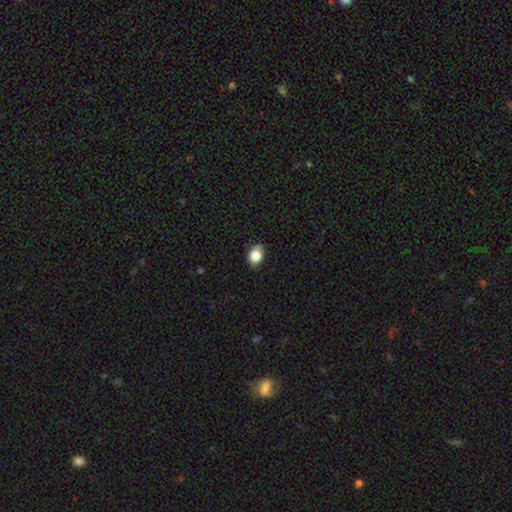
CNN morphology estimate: The model was most divided on "how rounded": in between: 63%, round: 36%, cigar-shaped: 1%. More confident: smooth or featured — smooth (84%); merging — none (78%).